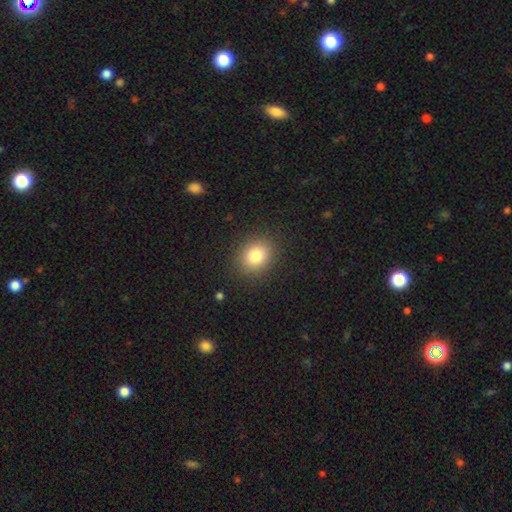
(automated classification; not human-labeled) This appears to be a smooth galaxy with no disk features (82%) that is round (61%). Merging: none (89%).